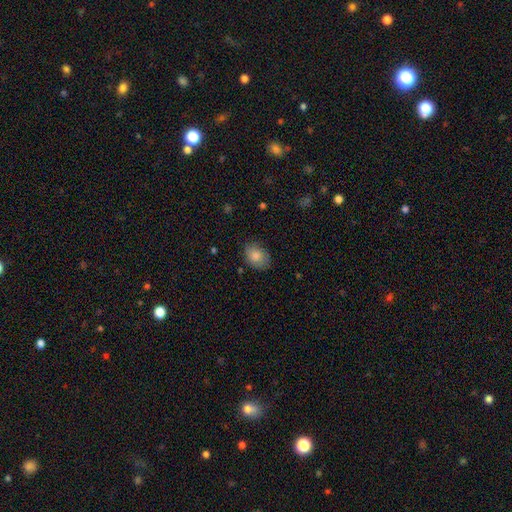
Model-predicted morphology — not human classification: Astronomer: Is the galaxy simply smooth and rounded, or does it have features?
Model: smooth — 83%.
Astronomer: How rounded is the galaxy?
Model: in between — 69%.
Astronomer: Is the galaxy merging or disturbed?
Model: none — 76%.